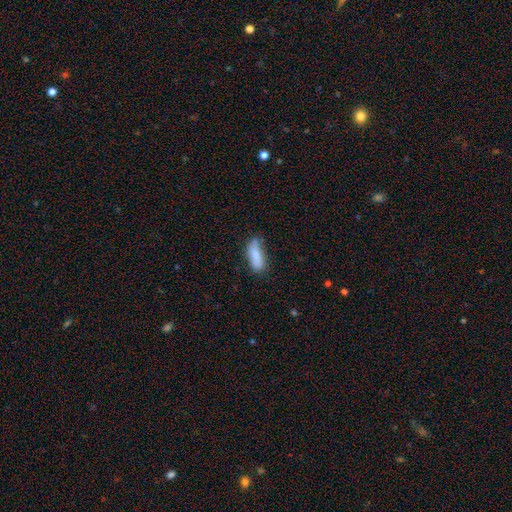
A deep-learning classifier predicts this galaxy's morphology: Smooth or featured? Predicted: smooth (p=0.82). How rounded? Predicted: in between (p=0.64). Merging? Predicted: none (p=0.58).